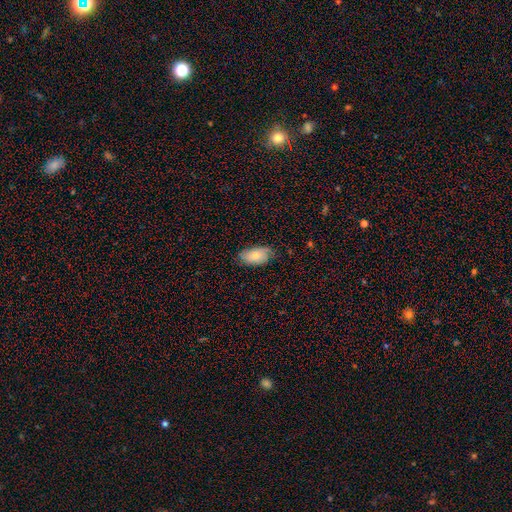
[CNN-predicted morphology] Smooth or featured: smooth — 67% (featured or disk — 26%)
How rounded: in between — 92% (round — 5%)
Merging: none — 70% (minor disturbance — 24%)